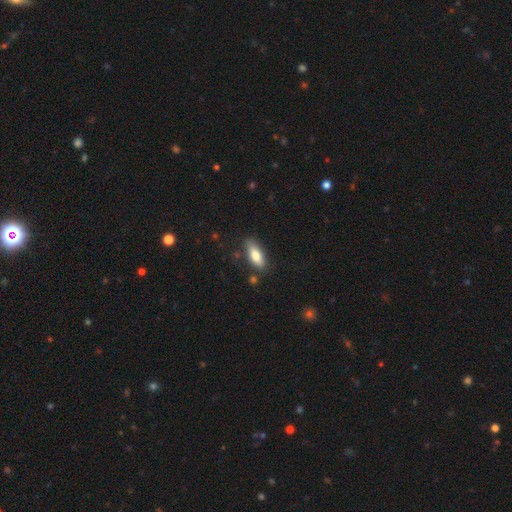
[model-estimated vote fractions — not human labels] This is likely a smooth galaxy (77%). How rounded: likely in between (72%). Merging: likely none (79%).